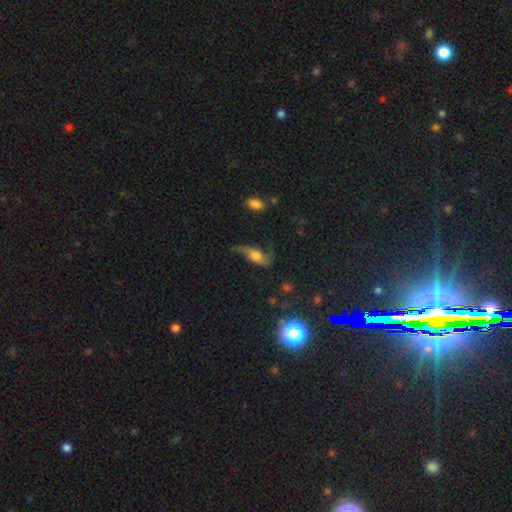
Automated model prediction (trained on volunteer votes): This appears to be a featured or disk galaxy (70%) with no bar (66%), 2 (87%) loose (86%) spiral arms (89%) and a moderate central bulge (38%). Merging: none (47%).